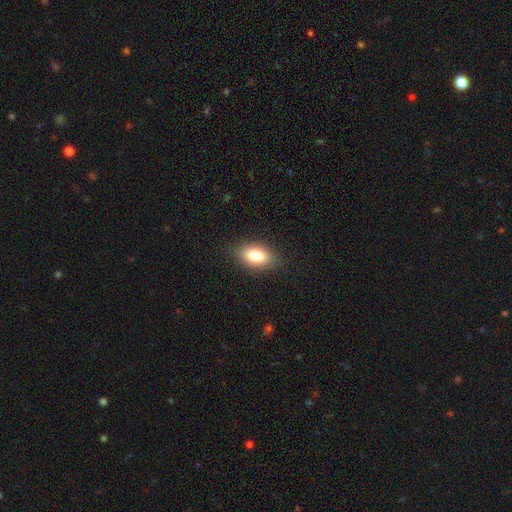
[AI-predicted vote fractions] This appears to be a smooth galaxy with no disk features (80%) that is in between round and cigar-shaped (87%). Merging: none (87%).